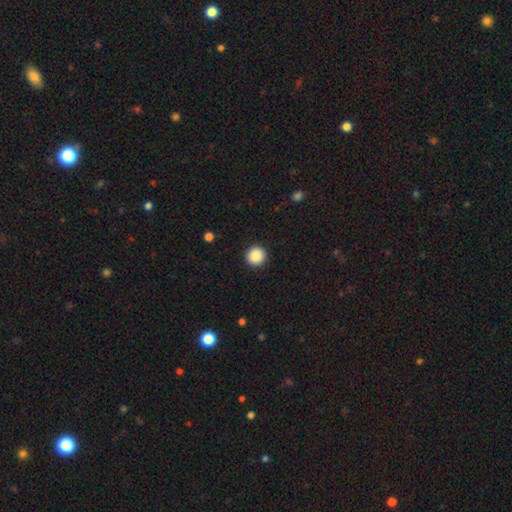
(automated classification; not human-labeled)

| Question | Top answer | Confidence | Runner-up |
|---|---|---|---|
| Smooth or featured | smooth | 88% | star or artifact (9%) |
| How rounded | round | 95% | in between (4%) |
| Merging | none | 92% | minor disturbance (5%) |